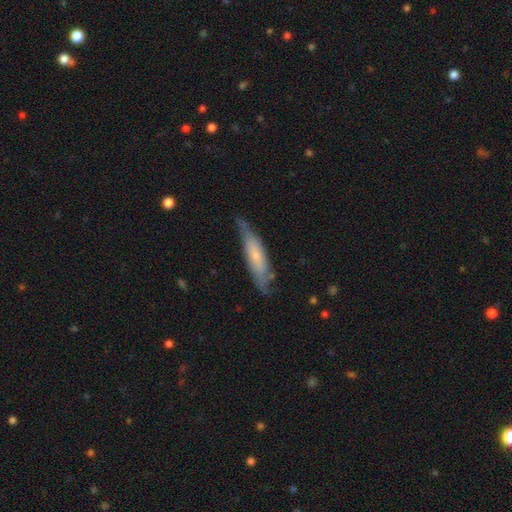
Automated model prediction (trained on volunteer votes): Smooth or featured: smooth — 50% (featured or disk — 43%)
How rounded: cigar-shaped — 71% (in between — 27%)
Merging: none — 57% (minor disturbance — 31%)